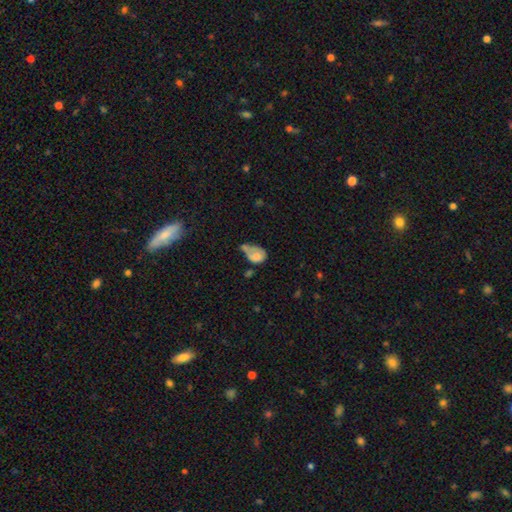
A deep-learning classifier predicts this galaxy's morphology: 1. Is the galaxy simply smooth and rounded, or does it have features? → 65% smooth, 25% featured or disk, 10% star or artifact.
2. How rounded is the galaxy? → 75% in between, 24% round, 2% cigar-shaped.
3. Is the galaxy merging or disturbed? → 31% major disturbance, 27% minor disturbance, 23% merger, 19% none.